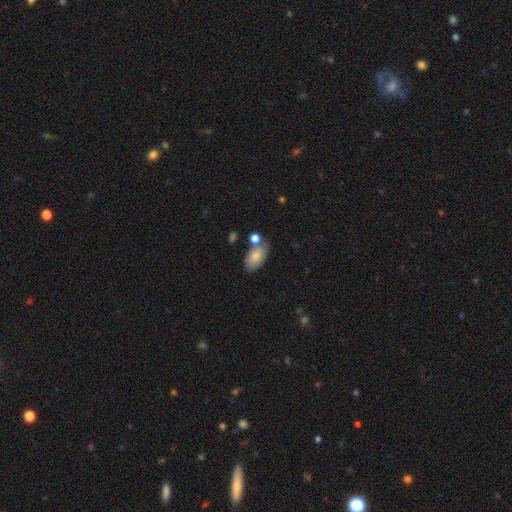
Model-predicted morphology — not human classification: Q: Smooth or featured?
A: smooth (81%); runner-up: featured or disk (12%)
Q: How rounded?
A: in between (93%); runner-up: round (5%)
Q: Merging?
A: none (60%); runner-up: minor disturbance (18%)